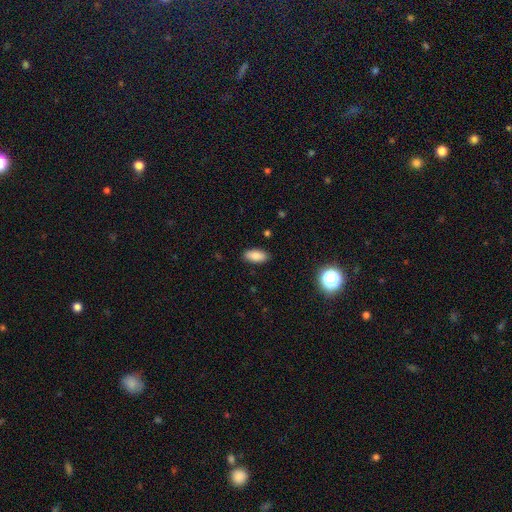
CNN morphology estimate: Smooth or featured: smooth — 84% (star or artifact — 8%)
How rounded: in between — 90% (cigar-shaped — 7%)
Merging: none — 88% (minor disturbance — 8%)